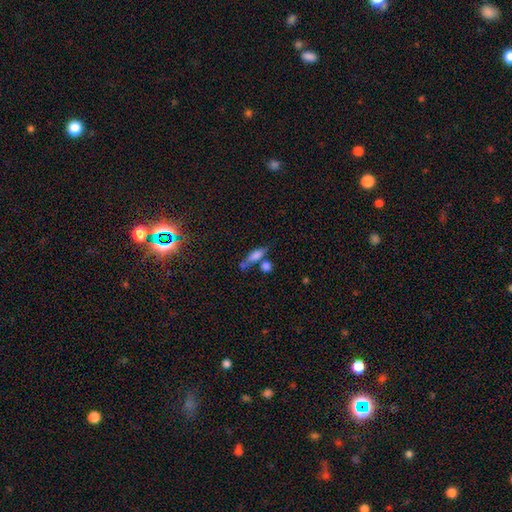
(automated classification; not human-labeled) smooth_or_featured: smooth (p=0.67) [alt: featured or disk p=0.22]
how_rounded: cigar-shaped (p=0.49) [alt: in between p=0.44]
merging: none (p=0.49) [alt: merger p=0.26]